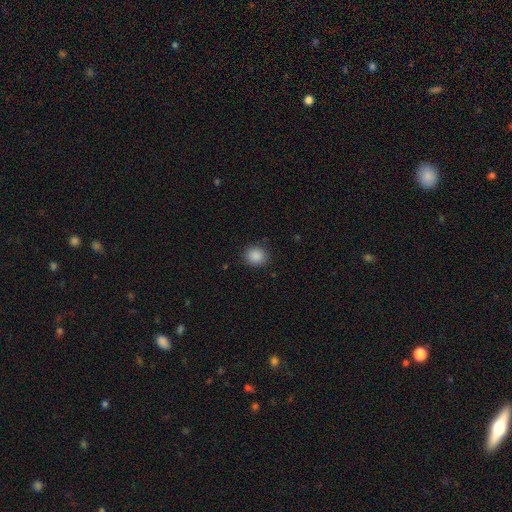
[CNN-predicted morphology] smooth 88%, star or artifact 9%, featured or disk 3%. Down the decision tree: how rounded — round (79%); merging — none (88%).